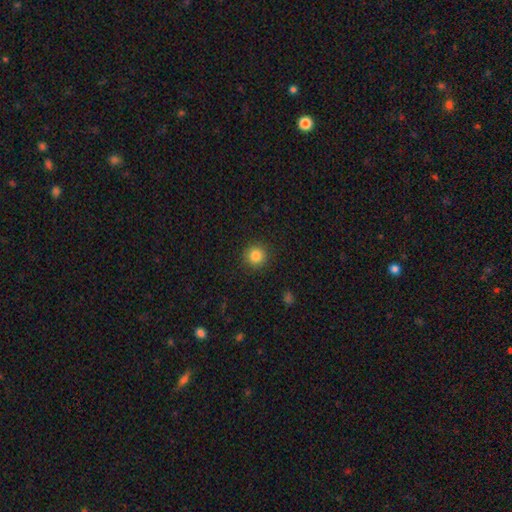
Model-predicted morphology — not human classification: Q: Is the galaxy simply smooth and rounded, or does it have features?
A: smooth — 84%.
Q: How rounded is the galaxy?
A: round — 95%.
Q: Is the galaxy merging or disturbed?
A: none — 91%.